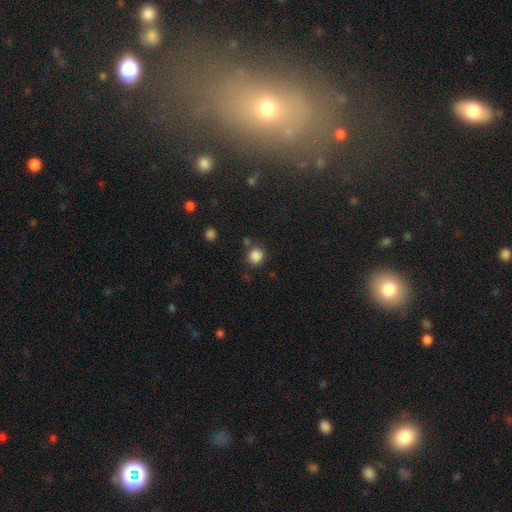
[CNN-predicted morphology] The model was most divided on "how rounded": round: 83%, in between: 16%, cigar-shaped: 1%. More confident: smooth or featured — smooth (86%); merging — none (78%).